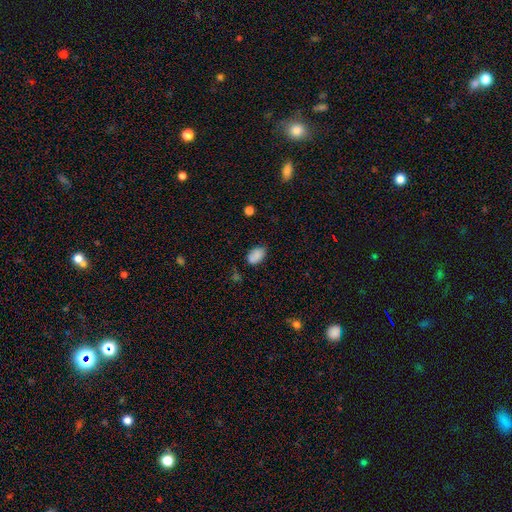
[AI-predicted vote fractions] smooth 85%, star or artifact 9%, featured or disk 6%. Down the decision tree: how rounded — in between (89%); merging — none (71%).